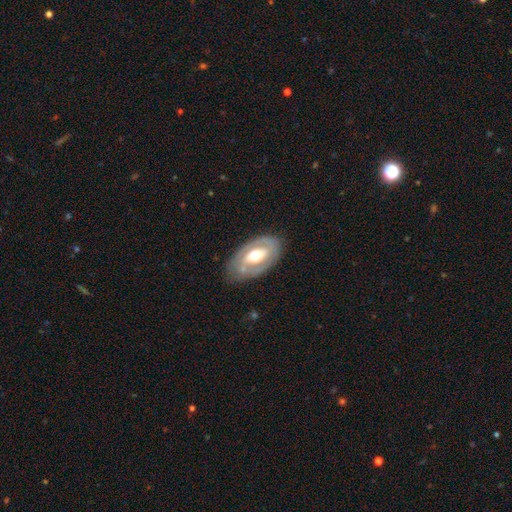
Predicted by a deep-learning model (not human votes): Morphology: type=featured or disk (65%); edge-on=no (91%); bar=no (51%); spiral arms=no (63%); bulge=moderate (66%); merging=none (76%).